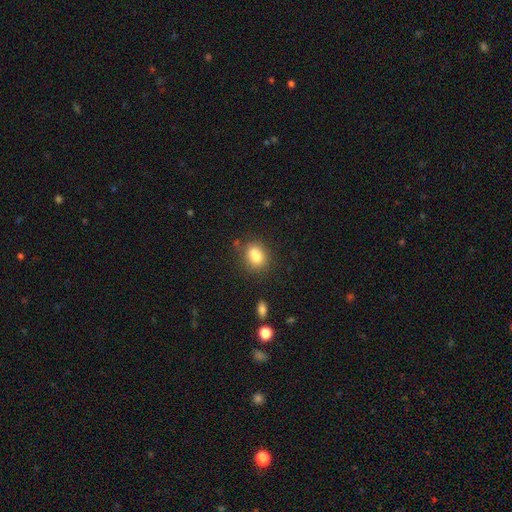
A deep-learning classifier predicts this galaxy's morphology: A smooth galaxy with no disk features (77%) that is in between round and cigar-shaped (51%). Merging: none (54%).